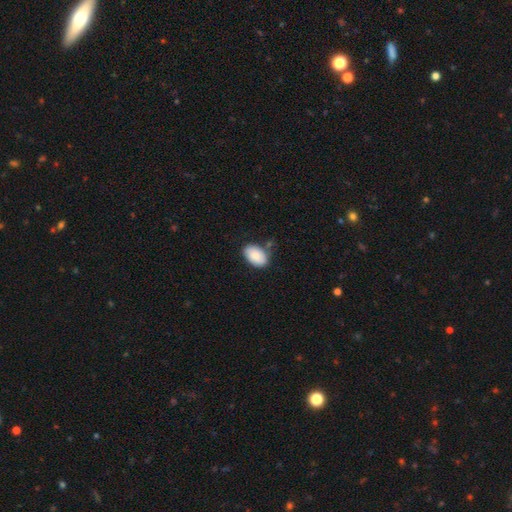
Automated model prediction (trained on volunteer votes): This is clearly a smooth galaxy (87%). How rounded: clearly in between (91%). Merging: likely none (73%).